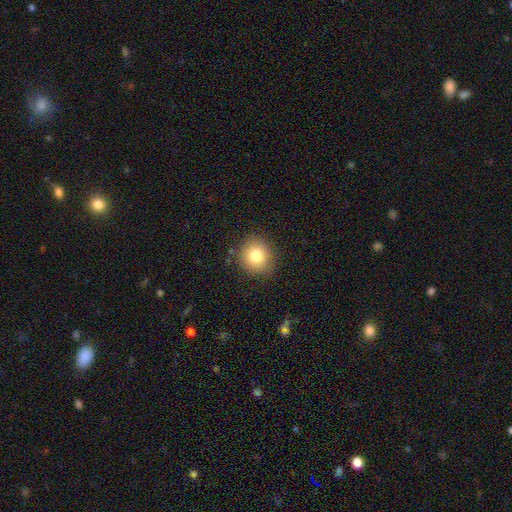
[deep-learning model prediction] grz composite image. It shows a smooth galaxy with no disk features (80%) that is round (87%). Merging: none (86%).